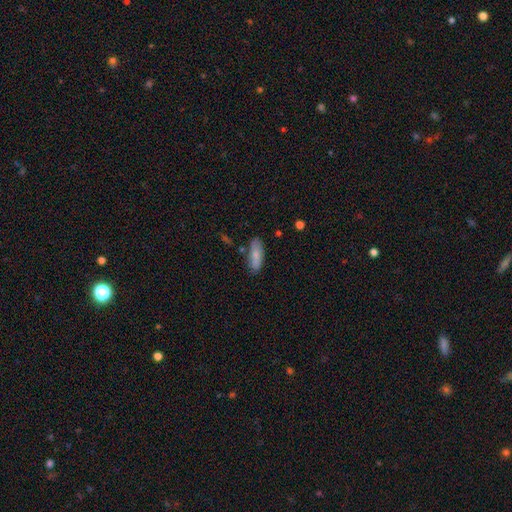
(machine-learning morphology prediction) smooth 78%, featured or disk 16%, star or artifact 6%. Down the decision tree: how rounded — in between (73%); merging — none (77%).